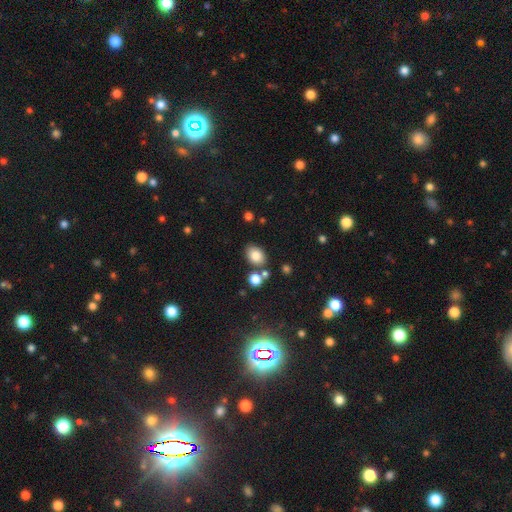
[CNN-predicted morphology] This appears to be a smooth galaxy with no disk features (82%) that is in between round and cigar-shaped (74%). Merging: none (73%).